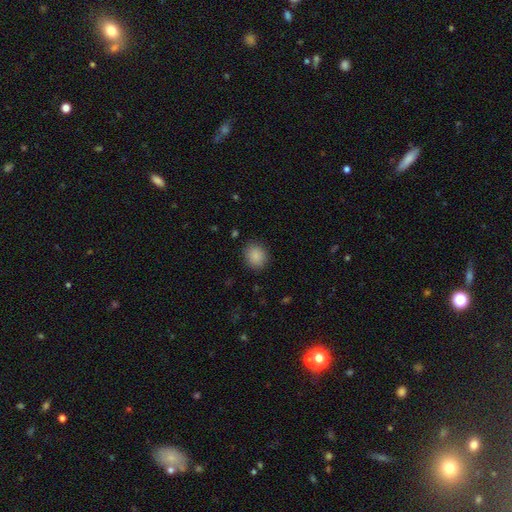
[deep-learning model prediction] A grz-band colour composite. It shows a smooth galaxy with no disk features (88%) that is round (68%). Merging: none (87%).